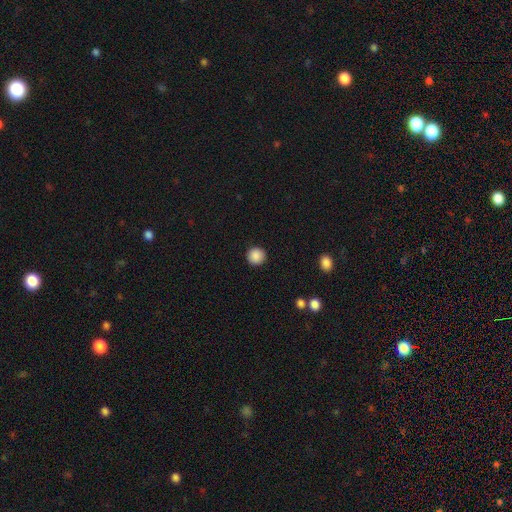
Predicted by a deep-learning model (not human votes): smooth_or_featured: smooth (p=0.88) [alt: star or artifact p=0.09]
how_rounded: round (p=0.94) [alt: in between p=0.05]
merging: none (p=0.92) [alt: minor disturbance p=0.05]